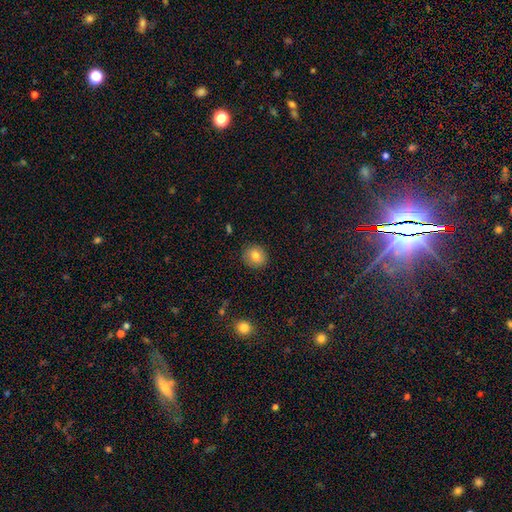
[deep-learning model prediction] A smooth galaxy with no disk features (80%) that is round (82%). Merging: none (90%).